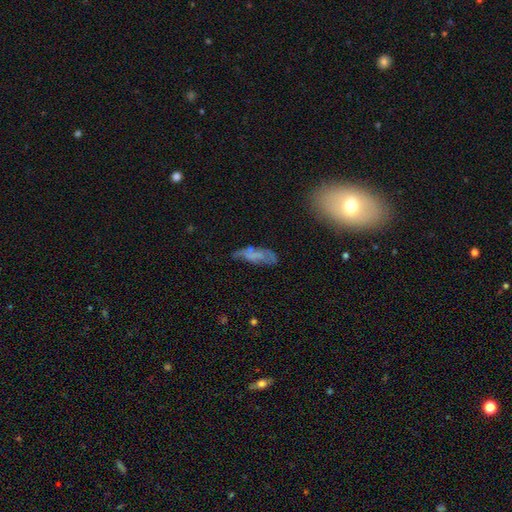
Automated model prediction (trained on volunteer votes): This is possibly a smooth galaxy (51%). How rounded: likely in between (60%). Merging: possibly none (51%).